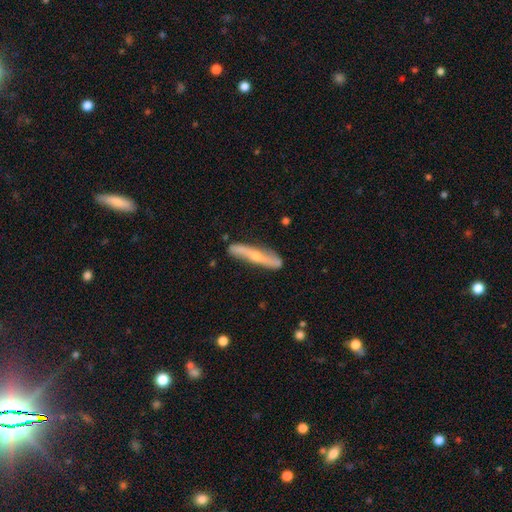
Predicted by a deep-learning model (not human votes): A featured or disk galaxy (67%) viewed edge-on (64%). Merging: none (80%).